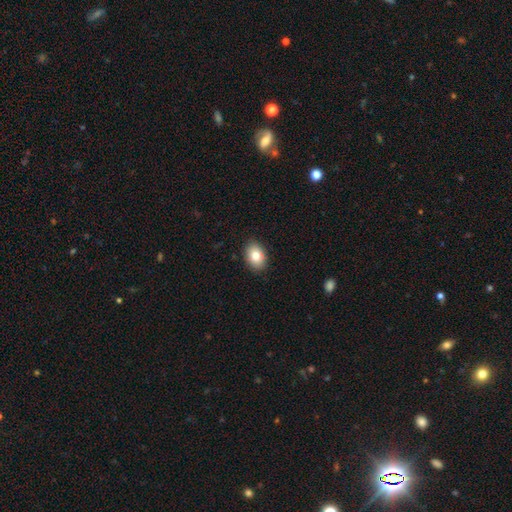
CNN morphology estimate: A smooth galaxy with no disk features (82%) that is in between round and cigar-shaped (77%). Merging: none (88%).